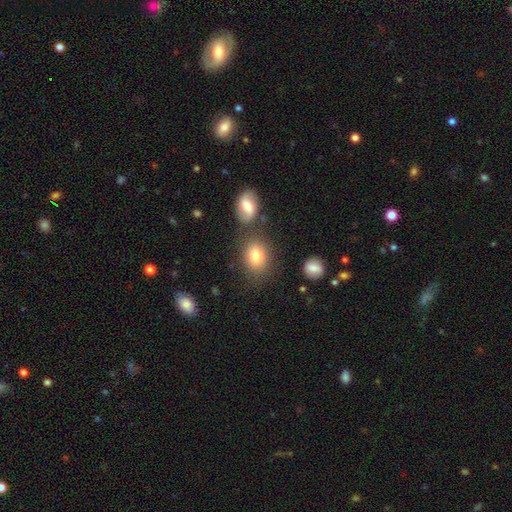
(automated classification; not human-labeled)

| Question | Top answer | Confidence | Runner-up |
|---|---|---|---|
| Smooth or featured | smooth | 81% | featured or disk (10%) |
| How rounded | in between | 68% | round (31%) |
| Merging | none | 68% | minor disturbance (14%) |